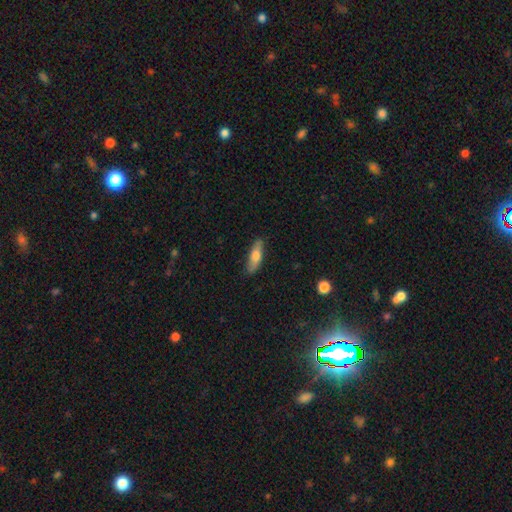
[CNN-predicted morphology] smooth_or_featured: smooth (p=0.65) [alt: featured or disk p=0.29]
how_rounded: cigar-shaped (p=0.57) [alt: in between p=0.41]
merging: none (p=0.85) [alt: minor disturbance p=0.11]